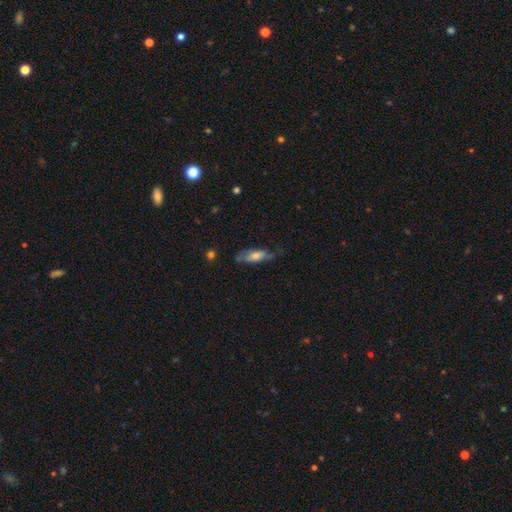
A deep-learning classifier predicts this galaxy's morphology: type=featured or disk (47%); merging=none (55%).